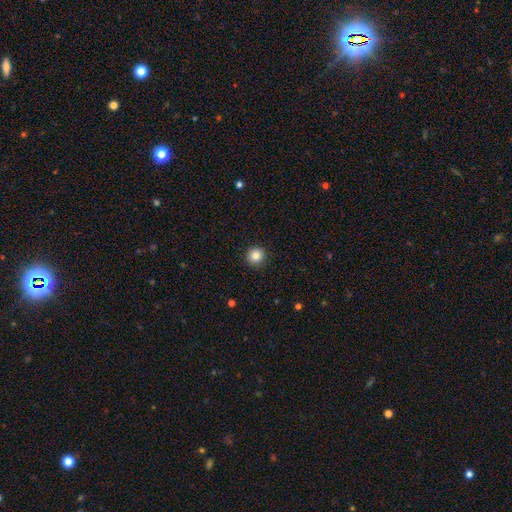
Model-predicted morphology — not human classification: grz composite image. It shows a smooth galaxy with no disk features (84%) that is round (95%). Merging: none (92%).